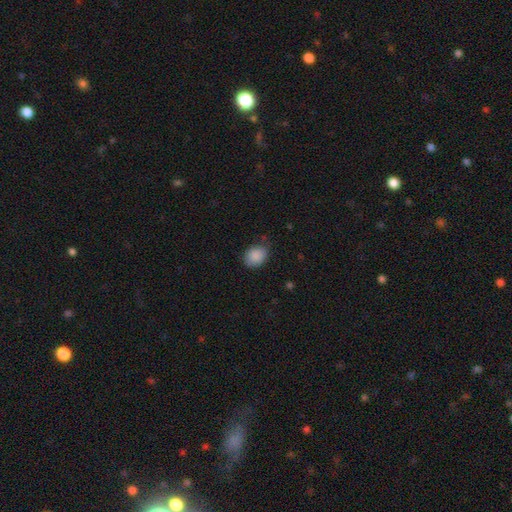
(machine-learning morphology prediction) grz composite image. It shows a smooth galaxy with no disk features (88%) that is in between round and cigar-shaped (64%). Merging: none (77%).